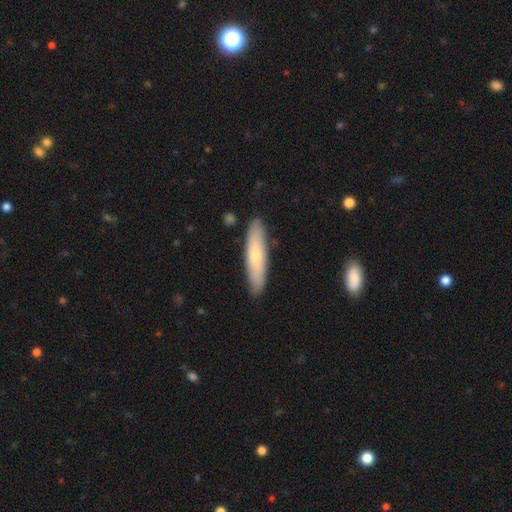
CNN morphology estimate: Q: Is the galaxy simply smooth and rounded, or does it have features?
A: smooth — 63%.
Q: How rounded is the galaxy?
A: cigar-shaped — 79%.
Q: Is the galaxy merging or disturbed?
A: none — 88%.